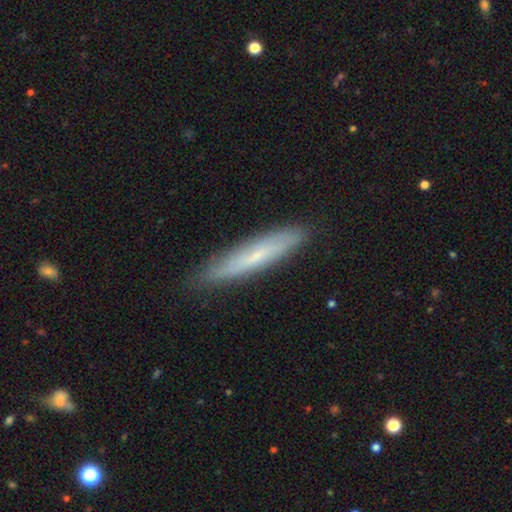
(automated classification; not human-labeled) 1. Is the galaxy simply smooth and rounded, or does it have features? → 54% smooth, 39% featured or disk, 7% star or artifact.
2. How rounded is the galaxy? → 90% cigar-shaped, 9% in between, 1% round.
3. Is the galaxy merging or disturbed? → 84% none, 12% minor disturbance, 2% major disturbance, 1% merger.